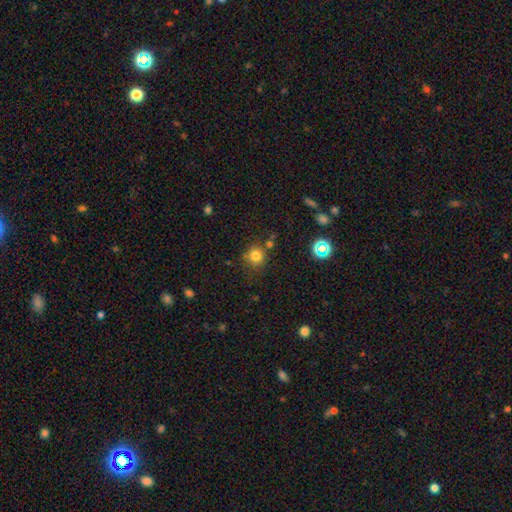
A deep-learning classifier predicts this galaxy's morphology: Smooth or featured?
  - smooth: 78% *
  - star or artifact: 15%
  - featured or disk: 7%
How rounded?
  - round: 91% *
  - in between: 8%
  - cigar-shaped: 1%
Merging?
  - none: 77% *
  - minor disturbance: 12%
  - merger: 8%
  - major disturbance: 4%